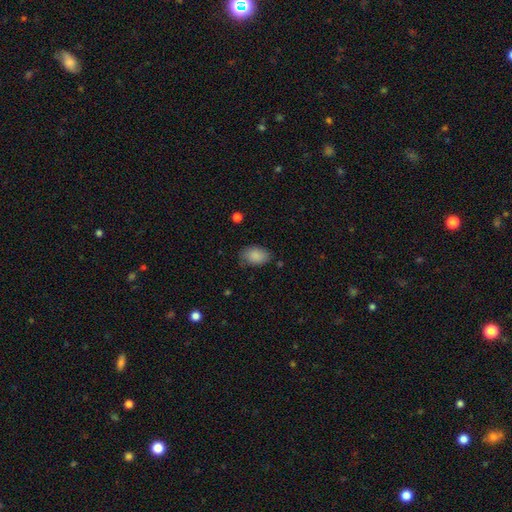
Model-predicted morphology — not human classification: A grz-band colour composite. It shows a smooth galaxy with no disk features (87%) that is in between round and cigar-shaped (87%). Merging: none (71%).